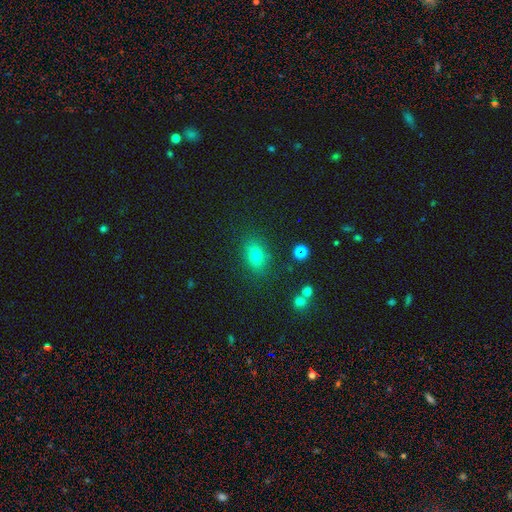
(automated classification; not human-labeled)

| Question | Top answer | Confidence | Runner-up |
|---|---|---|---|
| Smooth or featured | smooth | 73% | star or artifact (15%) |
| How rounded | in between | 71% | round (26%) |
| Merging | none | 82% | minor disturbance (11%) |